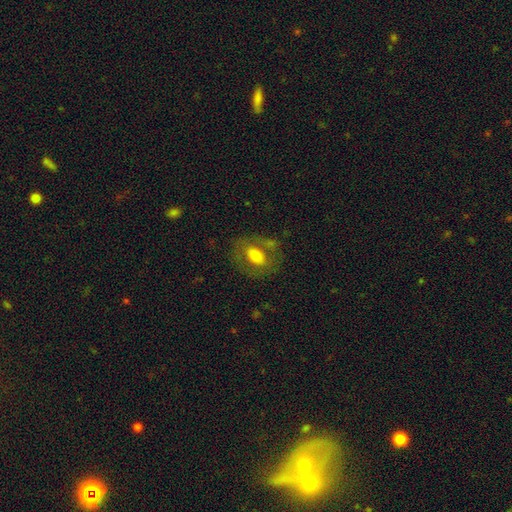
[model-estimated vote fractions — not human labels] smooth 58%, featured or disk 34%, star or artifact 8%. Down the decision tree: how rounded — in between (74%); merging — none (68%).